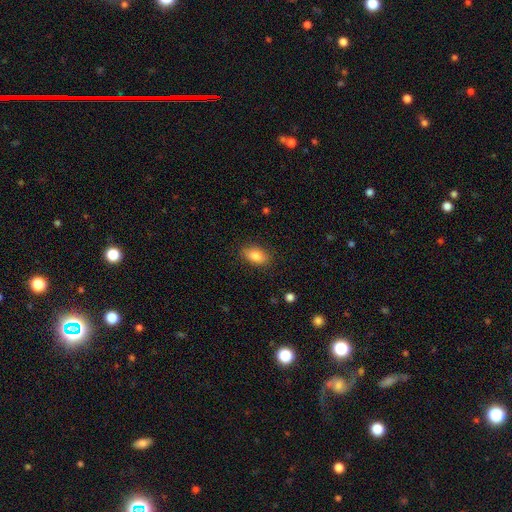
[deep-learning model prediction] The model was most divided on "merging": none: 85%, minor disturbance: 11%, major disturbance: 3%, merger: 1%. More confident: how rounded — in between (89%); smooth or featured — smooth (84%).